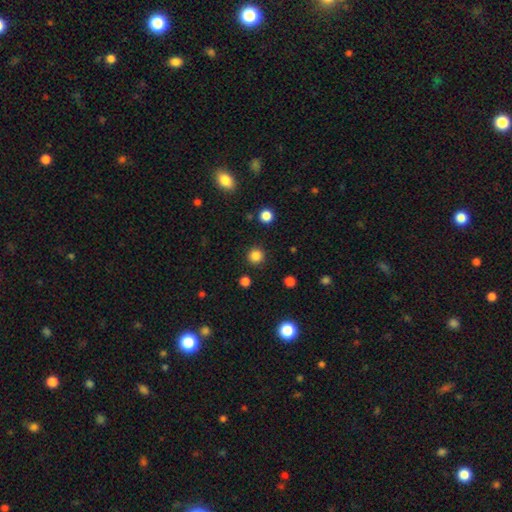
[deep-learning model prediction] This appears to be a smooth galaxy with no disk features (84%) that is round (95%). Merging: none (91%).